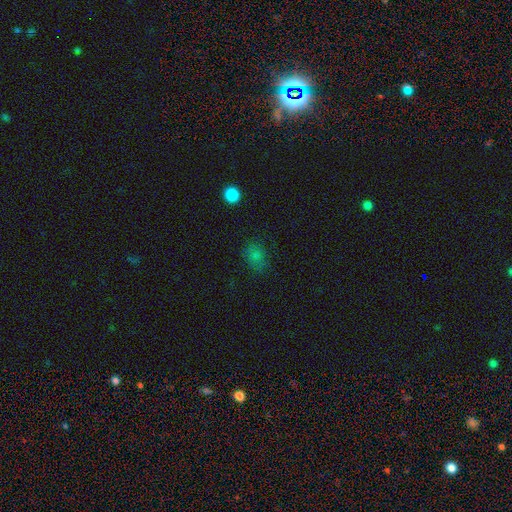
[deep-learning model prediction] Q: Smooth or featured?
A: smooth (75%); runner-up: star or artifact (17%)
Q: How rounded?
A: round (52%); runner-up: in between (47%)
Q: Merging?
A: none (70%); runner-up: minor disturbance (20%)